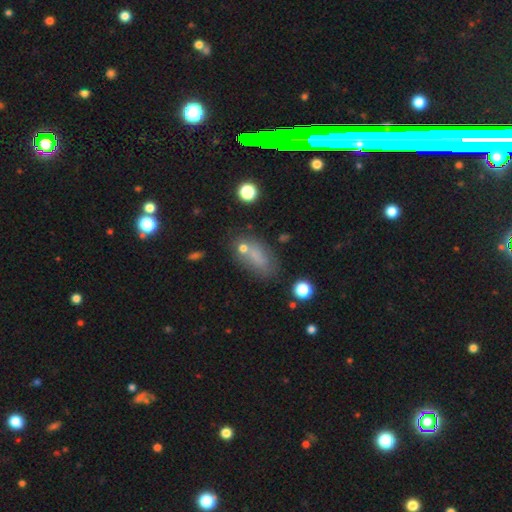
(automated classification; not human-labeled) Overall: smooth (64%). How rounded: in between (80%). Merging: none (52%; minor disturbance 21%).